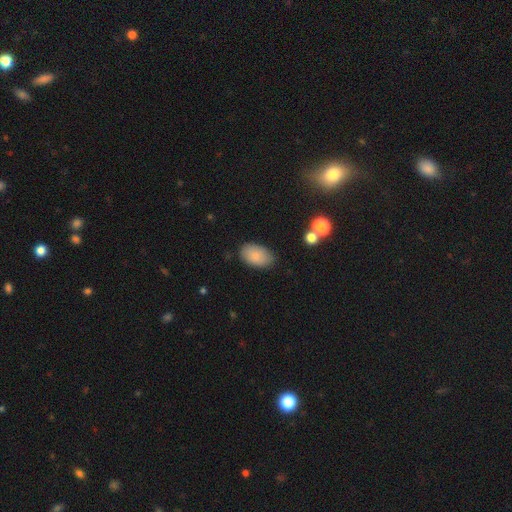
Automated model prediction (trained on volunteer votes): Morphology: type=smooth (84%); roundness=in between (92%); merging=none (79%).